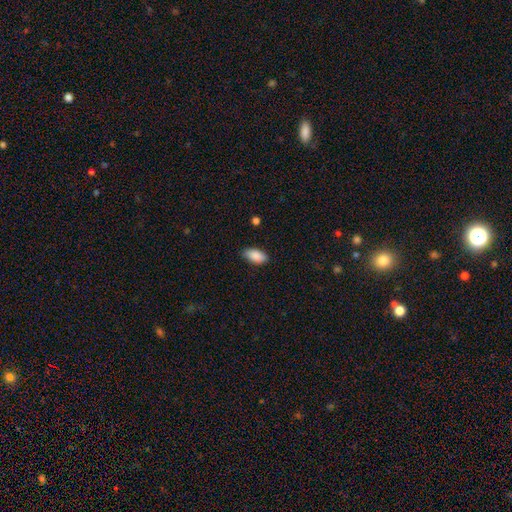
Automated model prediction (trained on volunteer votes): Smooth or featured?
  - smooth: 89% *
  - star or artifact: 7%
  - featured or disk: 4%
How rounded?
  - in between: 94% *
  - cigar-shaped: 4%
  - round: 3%
Merging?
  - none: 83% *
  - minor disturbance: 13%
  - major disturbance: 2%
  - merger: 1%